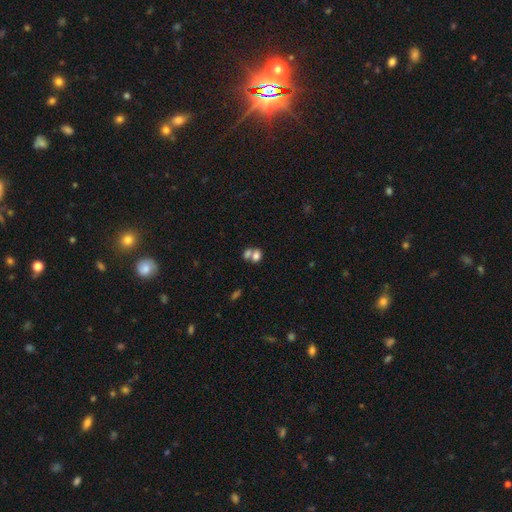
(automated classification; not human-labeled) Smooth or featured? smooth (75%)
How rounded? in between (67%)
Merging? merger (58%)